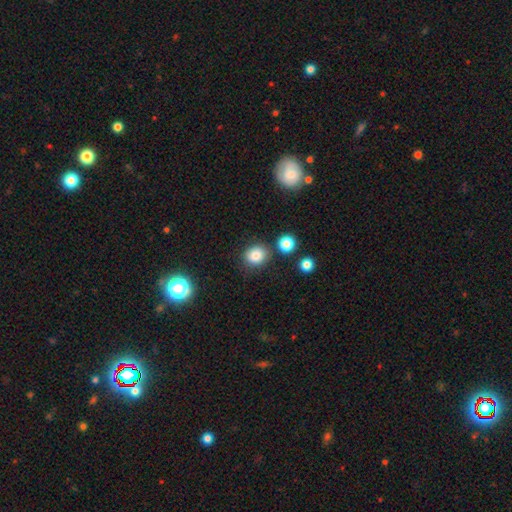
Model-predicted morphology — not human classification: smooth_or_featured: smooth (p=0.82) [alt: star or artifact p=0.12]
how_rounded: round (p=0.76) [alt: in between p=0.23]
merging: none (p=0.80) [alt: minor disturbance p=0.11]